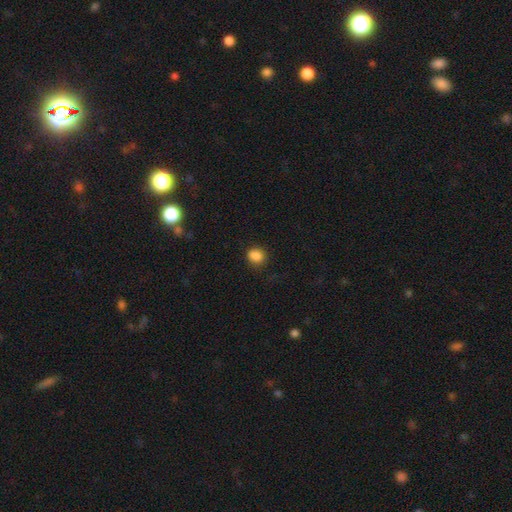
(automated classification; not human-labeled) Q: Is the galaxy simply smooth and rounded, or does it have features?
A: smooth — 86%.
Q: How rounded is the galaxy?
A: round — 62%.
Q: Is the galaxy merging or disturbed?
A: none — 78%.